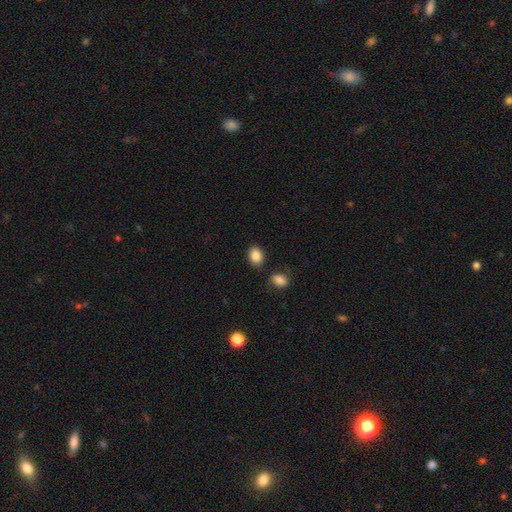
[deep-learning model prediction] Smooth or featured?
  - smooth: 87% *
  - star or artifact: 8%
  - featured or disk: 4%
How rounded?
  - in between: 67% *
  - round: 32%
  - cigar-shaped: 1%
Merging?
  - none: 81% *
  - minor disturbance: 10%
  - merger: 6%
  - major disturbance: 3%